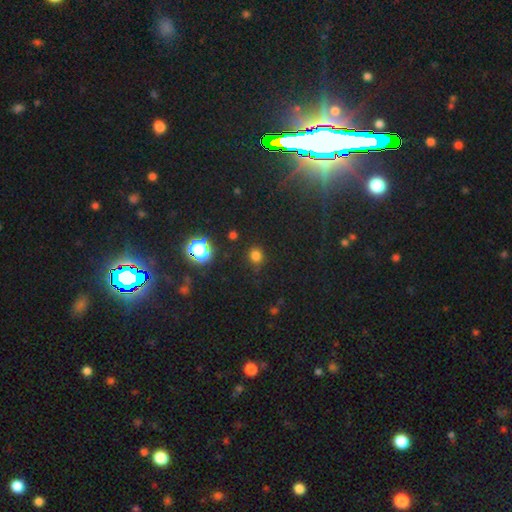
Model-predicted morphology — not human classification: Smooth or featured: smooth — 73% (star or artifact — 23%)
How rounded: round — 82% (in between — 17%)
Merging: none — 81% (minor disturbance — 13%)